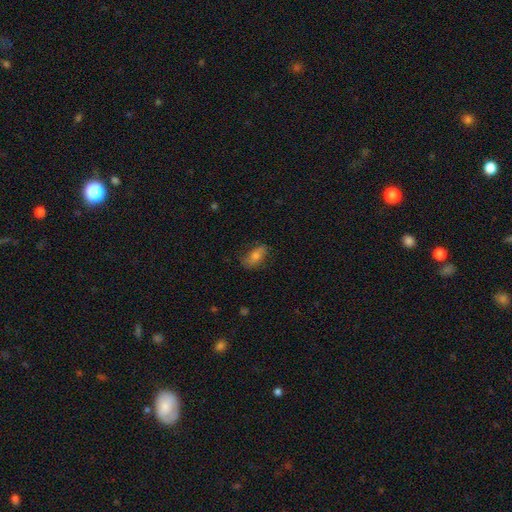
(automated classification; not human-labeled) smooth-or-featured: smooth: 66% | featured or disk: 24% | star or artifact: 10%
  how-rounded: in between: 86% | round: 7% | cigar-shaped: 7%
  merging: none: 74% | minor disturbance: 20% | major disturbance: 5% | merger: 1%